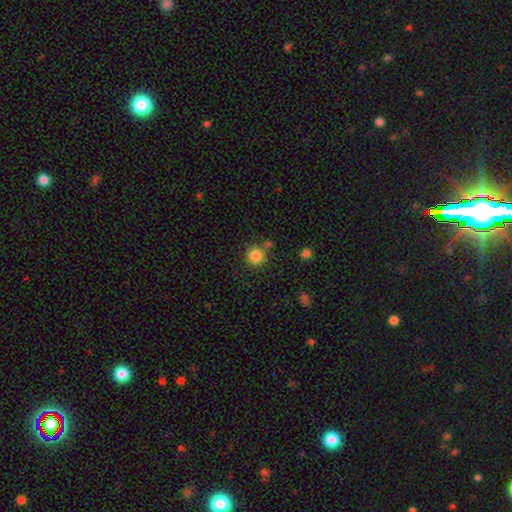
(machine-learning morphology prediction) A smooth galaxy with no disk features (85%) that is round (94%).

Vote fractions:
- Smooth or featured? smooth: 85% / star or artifact: 11% / featured or disk: 5%
- How rounded? round: 94% / in between: 5% / cigar-shaped: 1%
- Merging? none: 80% / merger: 8% / minor disturbance: 8% / major disturbance: 3%